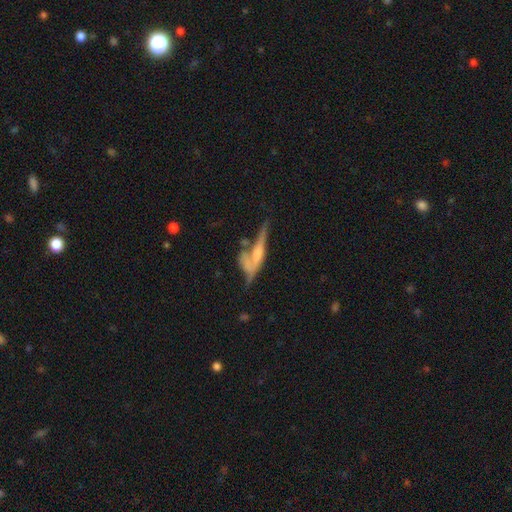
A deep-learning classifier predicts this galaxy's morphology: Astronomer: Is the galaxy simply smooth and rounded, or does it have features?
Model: featured or disk — 50% (runner-up: smooth, 39%).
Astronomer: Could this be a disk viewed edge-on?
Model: yes — 62% (runner-up: no, 38%).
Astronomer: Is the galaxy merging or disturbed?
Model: merger — 43% (runner-up: none, 26%).